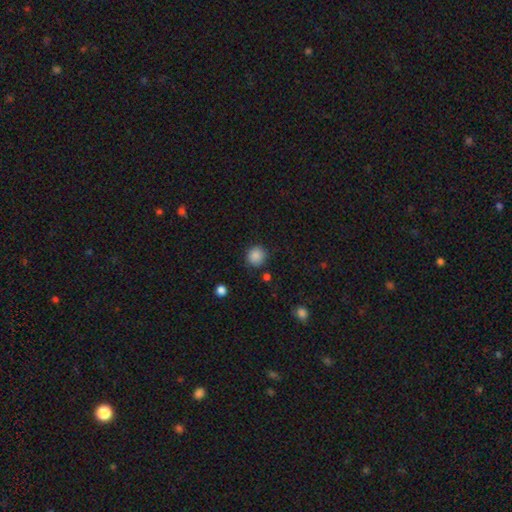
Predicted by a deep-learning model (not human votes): smooth 87%, star or artifact 10%, featured or disk 3%. Down the decision tree: how rounded — round (90%); merging — none (86%).